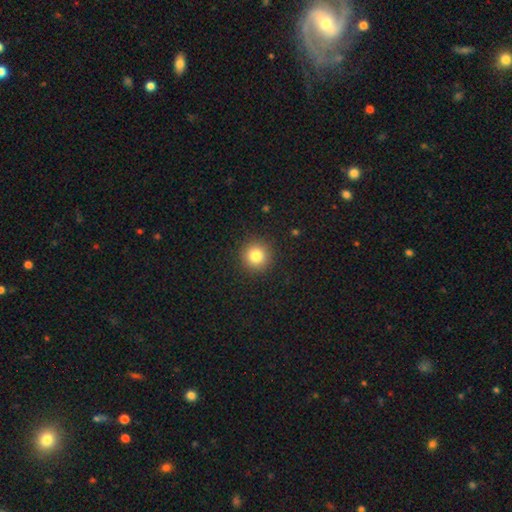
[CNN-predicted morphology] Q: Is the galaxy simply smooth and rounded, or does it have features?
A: smooth — 82%.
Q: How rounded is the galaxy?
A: round — 95%.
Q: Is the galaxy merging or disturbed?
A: none — 91%.